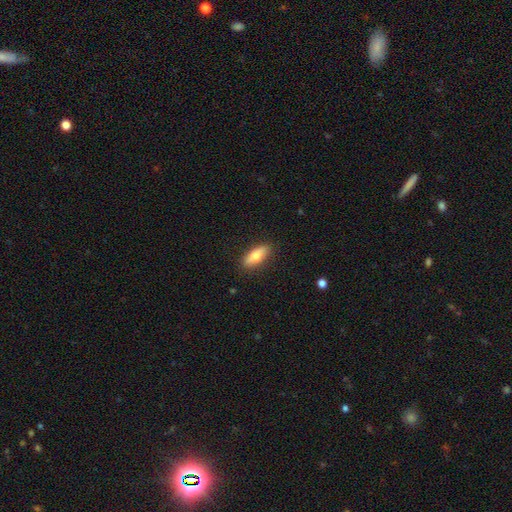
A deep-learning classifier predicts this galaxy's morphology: smooth-or-featured: smooth: 74% | featured or disk: 20% | star or artifact: 6%
  how-rounded: in between: 63% | cigar-shaped: 35% | round: 3%
  merging: none: 88% | minor disturbance: 9% | major disturbance: 2% | merger: 1%